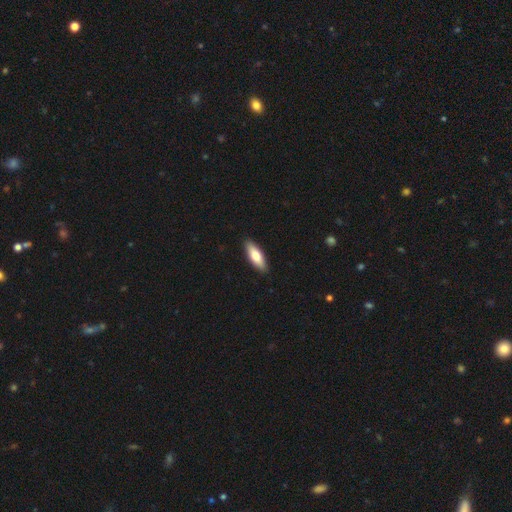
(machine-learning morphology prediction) Smooth or featured? Predicted: smooth (p=0.74). How rounded? Predicted: in between (p=0.59). Merging? Predicted: none (p=0.90).